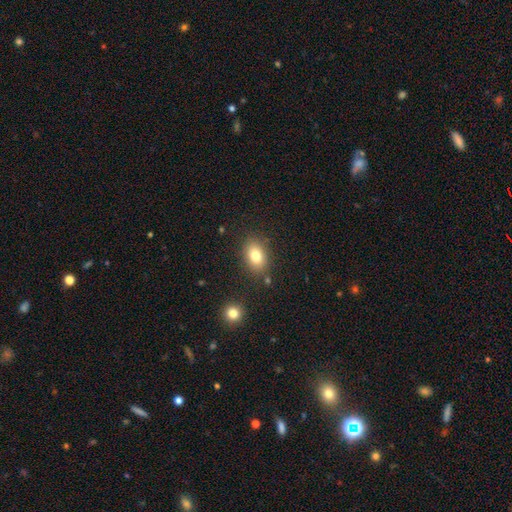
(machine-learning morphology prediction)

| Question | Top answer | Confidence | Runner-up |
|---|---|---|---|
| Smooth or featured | smooth | 80% | featured or disk (11%) |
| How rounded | in between | 79% | round (20%) |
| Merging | none | 82% | minor disturbance (11%) |